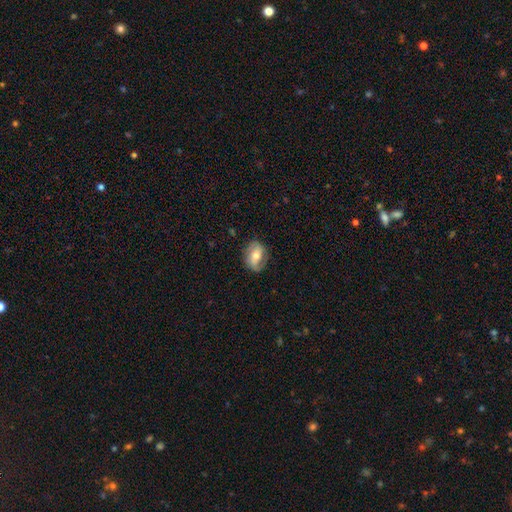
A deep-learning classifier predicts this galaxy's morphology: smooth-or-featured: featured or disk: 46% (tied) | smooth: 46% (tied) | star or artifact: 7%
  merging: none: 73% | minor disturbance: 19% | major disturbance: 7% | merger: 1%